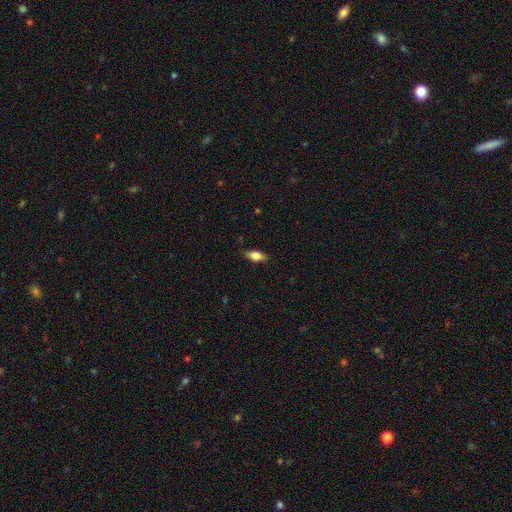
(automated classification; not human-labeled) smooth_or_featured: smooth (p=0.57) [alt: featured or disk p=0.36]
how_rounded: in between (p=0.70) [alt: cigar-shaped p=0.26]
merging: none (p=0.84) [alt: minor disturbance p=0.12]